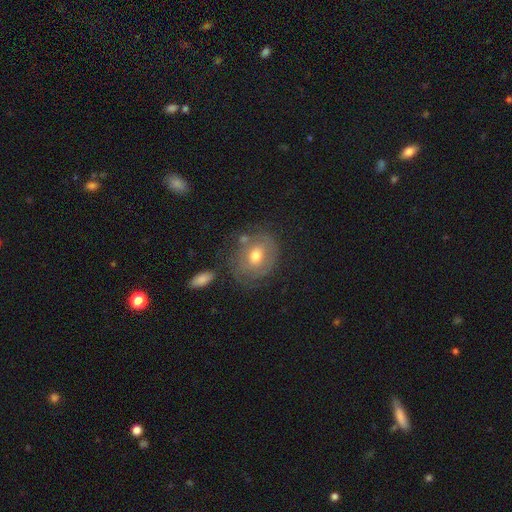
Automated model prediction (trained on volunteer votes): Q: Smooth or featured?
A: featured or disk (52%); runner-up: smooth (39%)
Q: Edge-on disk?
A: no (94%); runner-up: yes (6%)
Q: Merging?
A: none (63%); runner-up: minor disturbance (20%)